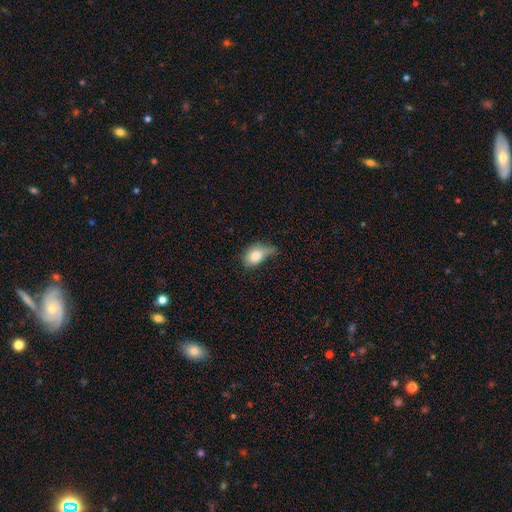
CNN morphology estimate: This is likely a smooth galaxy (76%). How rounded: likely in between (73%). Merging: marginally minor disturbance (42%).